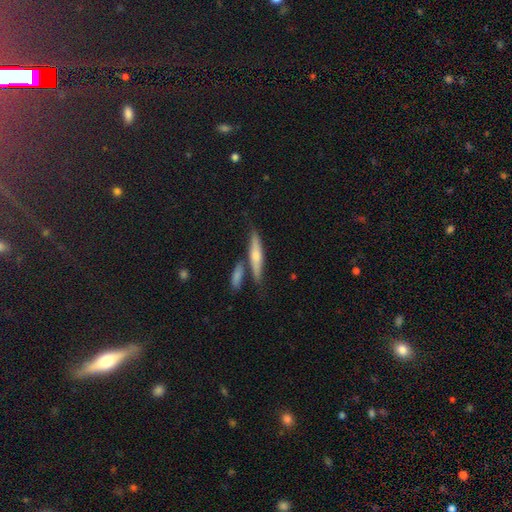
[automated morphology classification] Smooth or featured? Predicted: featured or disk (p=0.52). Edge-on disk? Predicted: yes (p=0.92). Merging? Predicted: none (p=0.70).